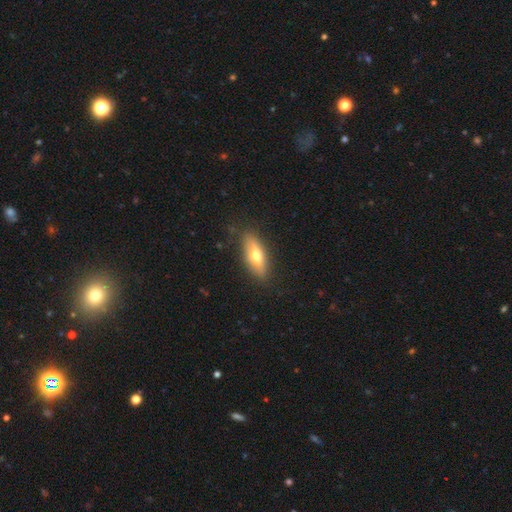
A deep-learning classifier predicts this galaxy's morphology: Q: Smooth or featured?
A: smooth (62%); runner-up: featured or disk (32%)
Q: How rounded?
A: in between (65%); runner-up: cigar-shaped (32%)
Q: Merging?
A: none (83%); runner-up: minor disturbance (12%)